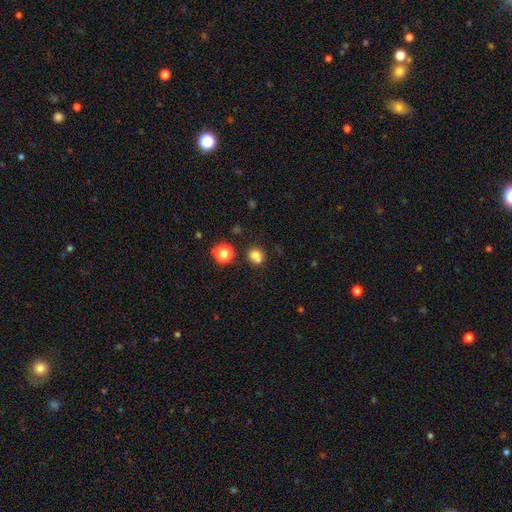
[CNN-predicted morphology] This appears to be a smooth galaxy with no disk features (75%) that is round (74%). Merging: none (53%).